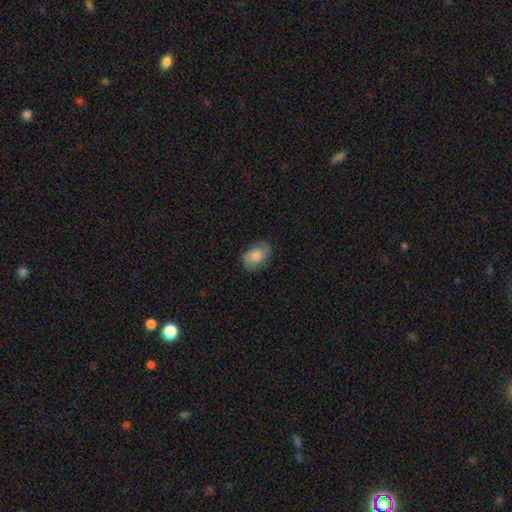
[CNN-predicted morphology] Smooth or featured?
  - smooth: 59% *
  - featured or disk: 33%
  - star or artifact: 8%
How rounded?
  - in between: 85% *
  - round: 13%
  - cigar-shaped: 1%
Merging?
  - none: 75% *
  - minor disturbance: 19%
  - major disturbance: 5%
  - merger: 1%